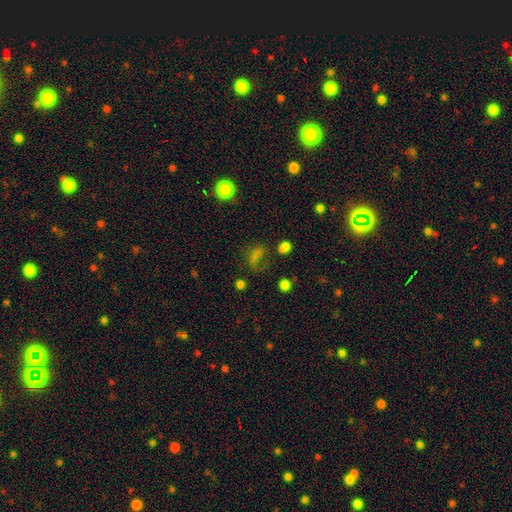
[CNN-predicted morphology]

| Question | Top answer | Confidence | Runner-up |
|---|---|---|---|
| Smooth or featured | smooth | 61% | star or artifact (25%) |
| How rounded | in between | 62% | round (30%) |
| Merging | none | 46% | major disturbance (28%) |